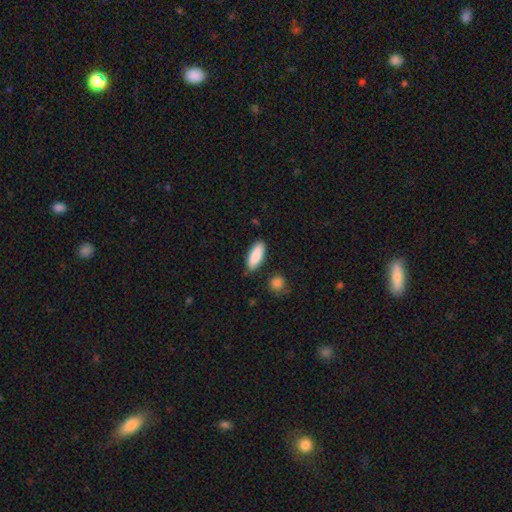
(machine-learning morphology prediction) This appears to be a smooth galaxy with no disk features (89%) that is in between round and cigar-shaped (77%). Merging: none (83%).